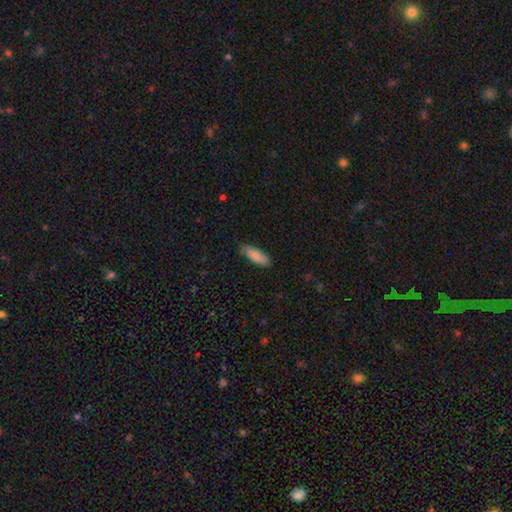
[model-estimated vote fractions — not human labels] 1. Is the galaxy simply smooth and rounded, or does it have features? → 83% smooth, 11% featured or disk, 6% star or artifact.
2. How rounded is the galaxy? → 65% in between, 33% cigar-shaped, 2% round.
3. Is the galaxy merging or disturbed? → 81% none, 16% minor disturbance, 2% major disturbance, 1% merger.